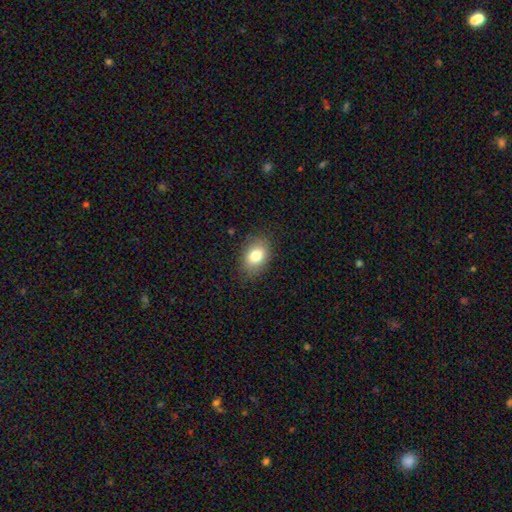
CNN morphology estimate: Q: Smooth or featured?
A: smooth (80%); runner-up: featured or disk (11%)
Q: How rounded?
A: in between (78%); runner-up: round (21%)
Q: Merging?
A: none (82%); runner-up: minor disturbance (14%)